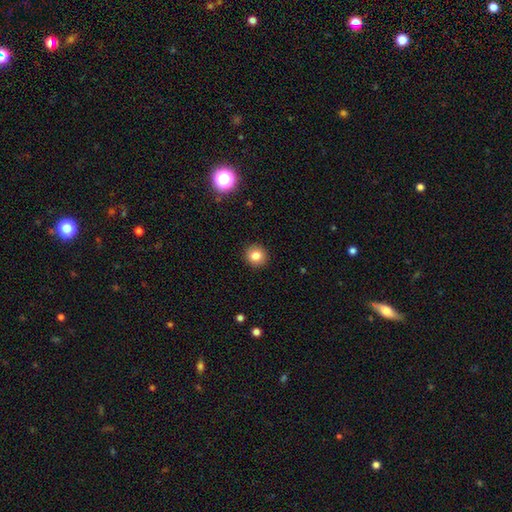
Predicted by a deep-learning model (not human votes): Q: Smooth or featured?
A: smooth (82%); runner-up: star or artifact (11%)
Q: How rounded?
A: round (92%); runner-up: in between (7%)
Q: Merging?
A: none (92%); runner-up: minor disturbance (5%)